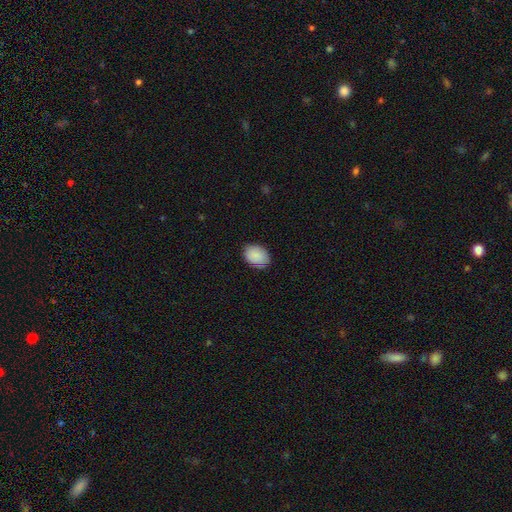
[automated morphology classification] Smooth or featured?
  - smooth: 88% *
  - star or artifact: 7%
  - featured or disk: 5%
How rounded?
  - in between: 72% *
  - round: 27%
  - cigar-shaped: 1%
Merging?
  - none: 80% *
  - minor disturbance: 16%
  - major disturbance: 3%
  - merger: 1%